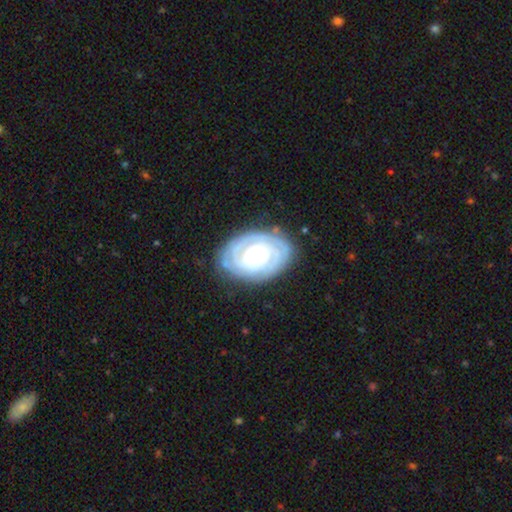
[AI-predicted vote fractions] Smooth or featured? featured or disk (82%)
Edge-on disk? no (96%)
Bar? no (66%)
Spiral arms? yes (85%)
Spiral winding? tight (74%)
Spiral arm count? 2 (40%)
Bulge size? moderate (46%)
Merging? none (76%)